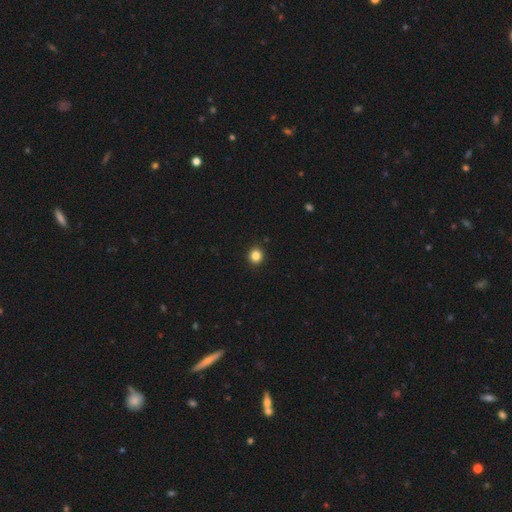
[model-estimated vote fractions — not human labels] Q: Smooth or featured?
A: smooth (85%); runner-up: star or artifact (11%)
Q: How rounded?
A: round (88%); runner-up: in between (11%)
Q: Merging?
A: none (93%); runner-up: minor disturbance (5%)